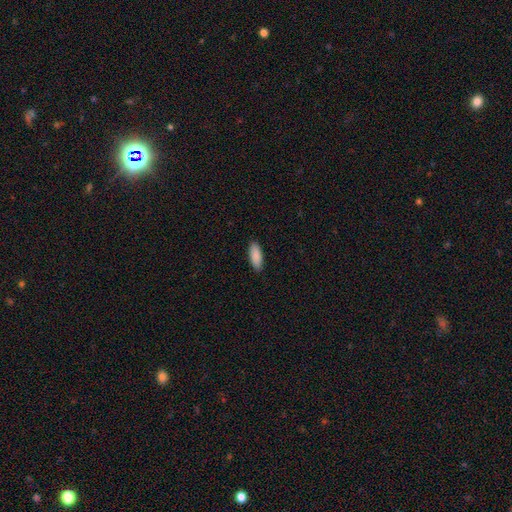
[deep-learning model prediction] Smooth or featured? Predicted: smooth (p=0.90). How rounded? Predicted: in between (p=0.73). Merging? Predicted: none (p=0.89).